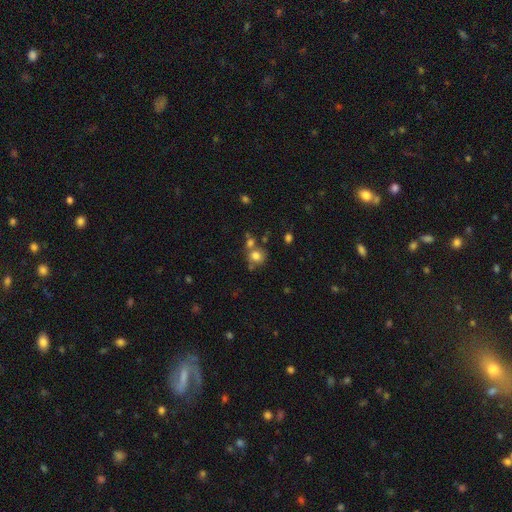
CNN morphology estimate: Overall: smooth (78%). How rounded: round (80%). Merging: none (55%; merger 26%).